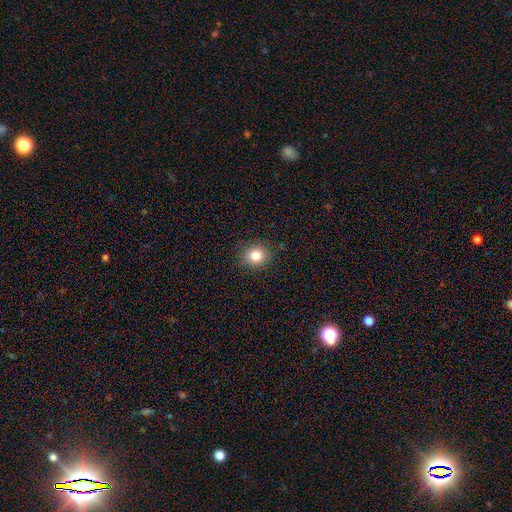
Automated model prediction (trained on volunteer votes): smooth-or-featured: smooth: 82% | star or artifact: 11% | featured or disk: 7%
  how-rounded: round: 81% | in between: 18% | cigar-shaped: 1%
  merging: none: 88% | minor disturbance: 8% | major disturbance: 2% | merger: 1%